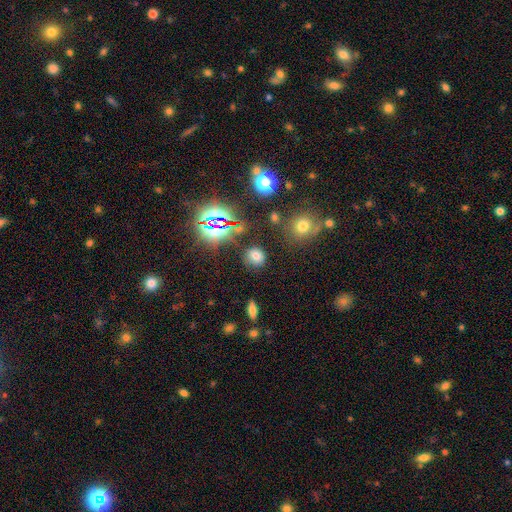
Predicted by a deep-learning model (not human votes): Overall: smooth (65%; star or artifact 26%). How rounded: round (75%). Merging: none (82%).